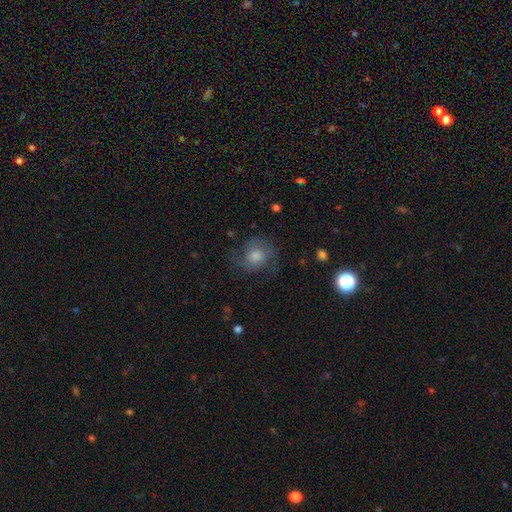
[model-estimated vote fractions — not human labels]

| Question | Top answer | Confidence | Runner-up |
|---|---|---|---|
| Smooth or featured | featured or disk | 60% | smooth (26%) |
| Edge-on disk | no | 97% | yes (3%) |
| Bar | no | 73% | weak (23%) |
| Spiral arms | yes | 92% | no (8%) |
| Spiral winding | medium | 48% | tight (31%) |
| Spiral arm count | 2 | 60% | can't tell (18%) |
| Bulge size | moderate | 52% | small (21%) |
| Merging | none | 72% | minor disturbance (16%) |